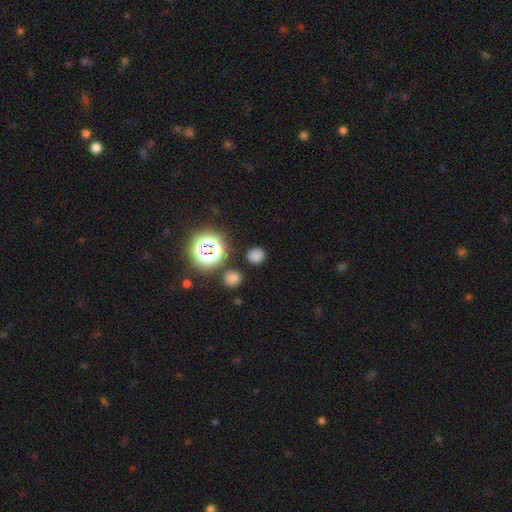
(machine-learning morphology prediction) Overall: smooth (71%). How rounded: round (78%). Merging: none (83%).